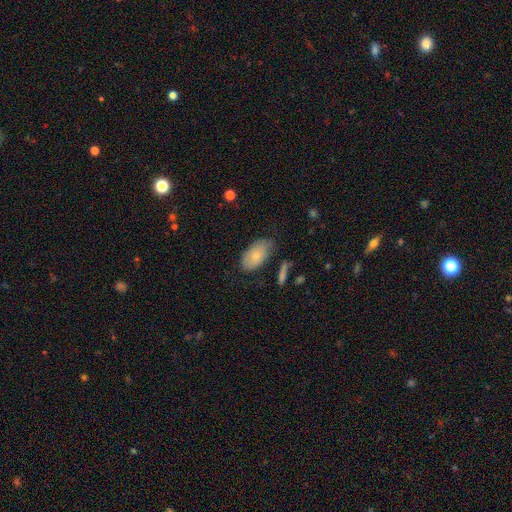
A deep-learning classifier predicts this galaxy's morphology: The model was most divided on "merging": none: 69%, minor disturbance: 22%, major disturbance: 6%, merger: 3%. More confident: how rounded — in between (93%); smooth or featured — smooth (74%).